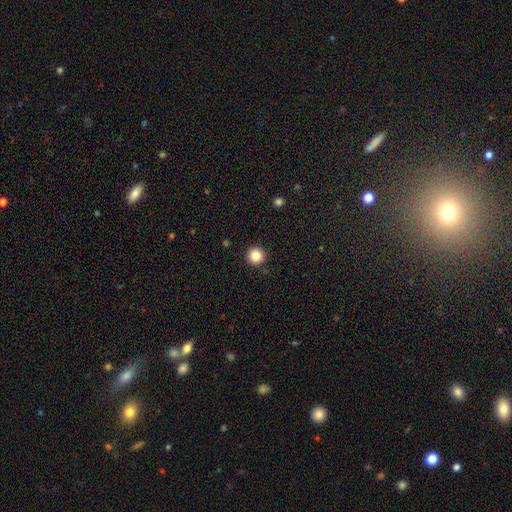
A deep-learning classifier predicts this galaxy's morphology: smooth 85%, star or artifact 11%, featured or disk 4%. Down the decision tree: how rounded — round (96%); merging — none (92%).